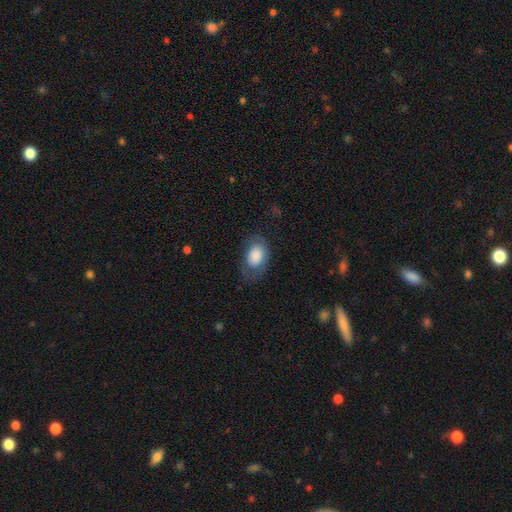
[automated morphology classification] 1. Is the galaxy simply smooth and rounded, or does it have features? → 78% smooth, 15% featured or disk, 7% star or artifact.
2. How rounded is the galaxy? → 88% in between, 10% round, 1% cigar-shaped.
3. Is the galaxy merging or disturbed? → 63% none, 23% minor disturbance, 13% major disturbance, 1% merger.